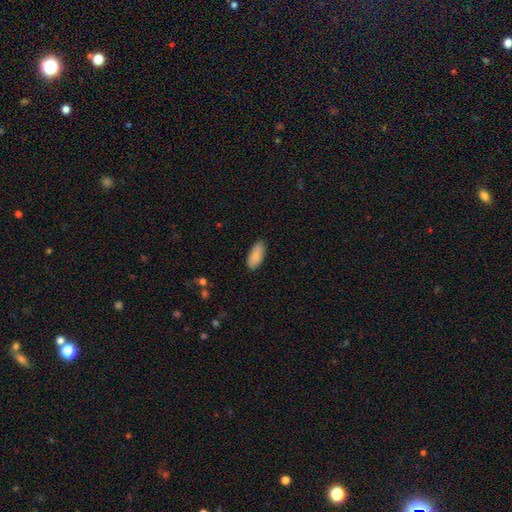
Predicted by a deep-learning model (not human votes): This is clearly a smooth galaxy (88%). How rounded: clearly in between (88%). Merging: clearly none (84%).